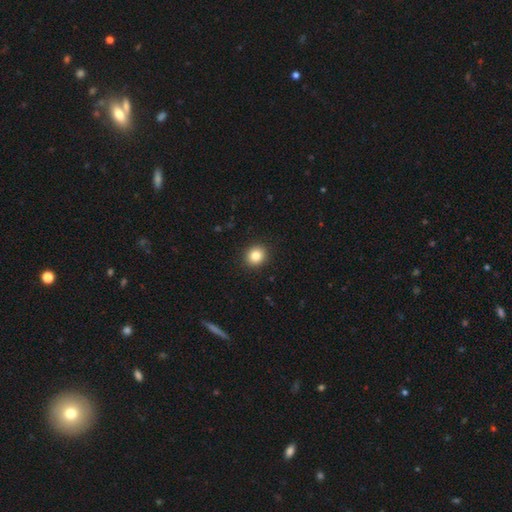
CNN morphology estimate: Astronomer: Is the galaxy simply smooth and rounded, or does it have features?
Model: smooth — 83%.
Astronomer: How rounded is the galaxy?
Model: round — 80%.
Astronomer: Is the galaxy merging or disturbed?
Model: none — 92%.